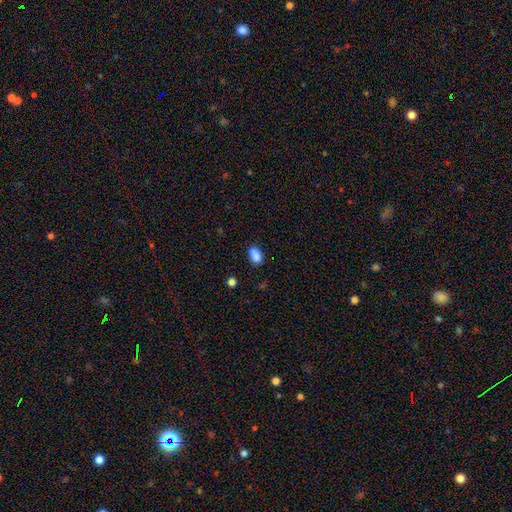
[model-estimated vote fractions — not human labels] smooth 84%, star or artifact 10%, featured or disk 6%. Down the decision tree: how rounded — in between (84%); merging — none (64%).